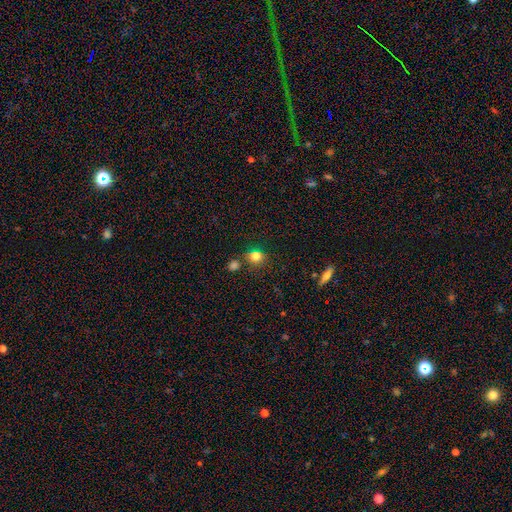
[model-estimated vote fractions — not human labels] Smooth or featured?
  - smooth: 81% *
  - star or artifact: 13%
  - featured or disk: 6%
How rounded?
  - round: 74% *
  - in between: 25%
  - cigar-shaped: 1%
Merging?
  - none: 72% *
  - merger: 12%
  - minor disturbance: 12%
  - major disturbance: 4%